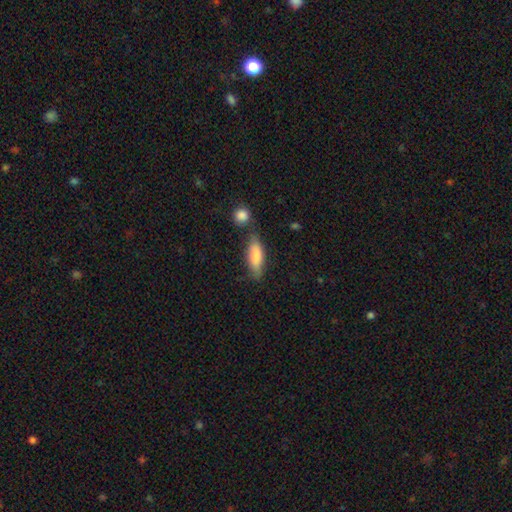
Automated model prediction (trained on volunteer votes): Smooth or featured?
  - smooth: 79% *
  - featured or disk: 14%
  - star or artifact: 6%
How rounded?
  - in between: 62% *
  - cigar-shaped: 35%
  - round: 3%
Merging?
  - none: 63% *
  - minor disturbance: 20%
  - merger: 12%
  - major disturbance: 6%